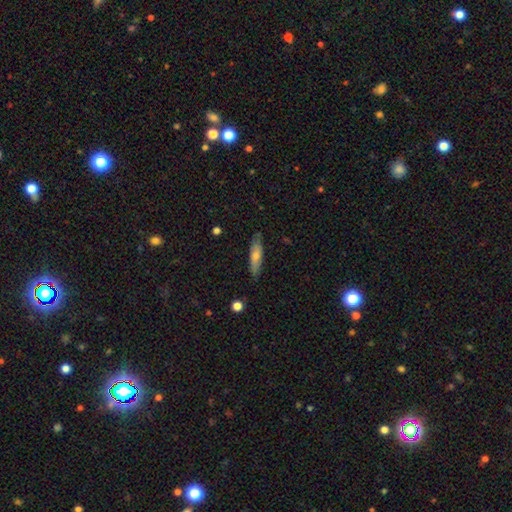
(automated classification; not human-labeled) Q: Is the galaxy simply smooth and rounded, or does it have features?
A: smooth — 64%.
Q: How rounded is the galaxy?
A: cigar-shaped — 69%.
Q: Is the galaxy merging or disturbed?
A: none — 81%.